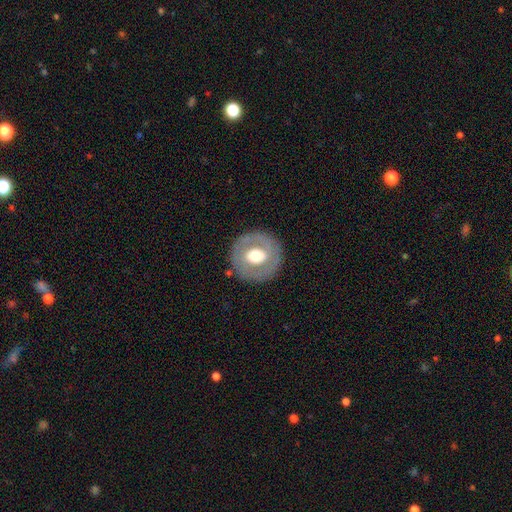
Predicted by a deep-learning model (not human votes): smooth_or_featured: featured or disk (p=0.47) [alt: smooth p=0.46]
merging: none (p=0.84) [alt: minor disturbance p=0.10]